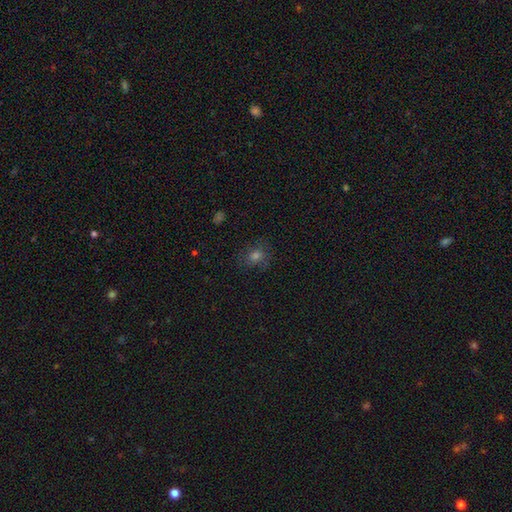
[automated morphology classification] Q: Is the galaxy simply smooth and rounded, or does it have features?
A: smooth — 54%.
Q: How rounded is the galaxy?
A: round — 72%.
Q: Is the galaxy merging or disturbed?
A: none — 78%.